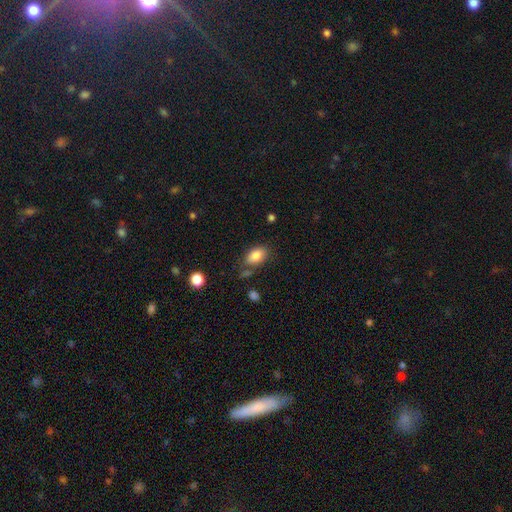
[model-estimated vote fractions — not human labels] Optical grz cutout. It shows a smooth galaxy with no disk features (85%) that is in between round and cigar-shaped (90%). Merging: none (67%).